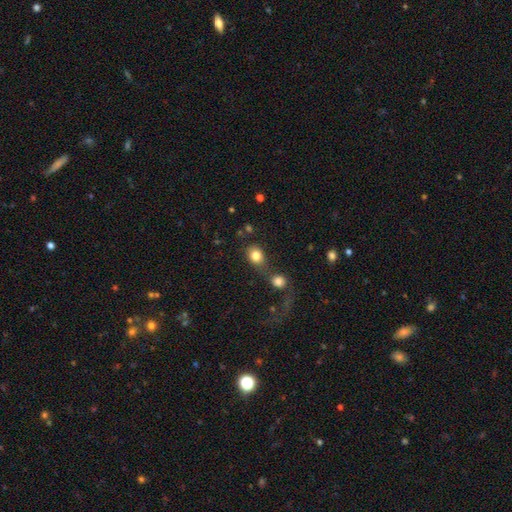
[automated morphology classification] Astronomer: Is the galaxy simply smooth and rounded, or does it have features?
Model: smooth — 82%.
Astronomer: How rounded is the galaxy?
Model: round — 54% (runner-up: in between, 45%).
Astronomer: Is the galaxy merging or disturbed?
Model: none — 50% (runner-up: merger, 29%).